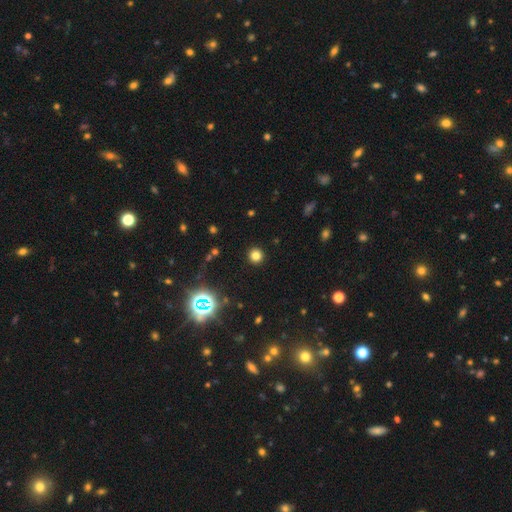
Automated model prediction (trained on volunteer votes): Smooth or featured? smooth (77%)
How rounded? round (94%)
Merging? none (92%)